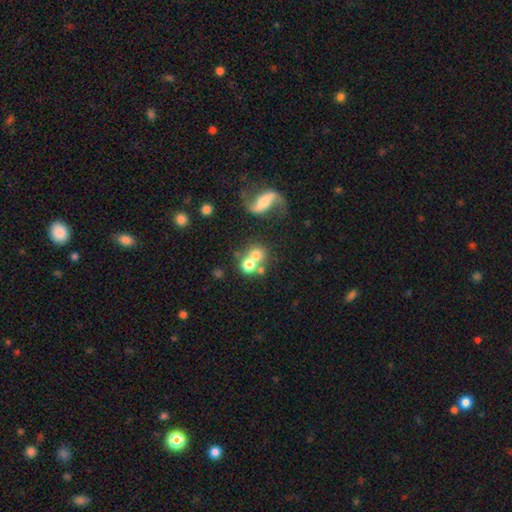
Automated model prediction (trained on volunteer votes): smooth 62%, featured or disk 25%, star or artifact 13%. Down the decision tree: how rounded — round (84%); merging — none (43%, tied with merger).